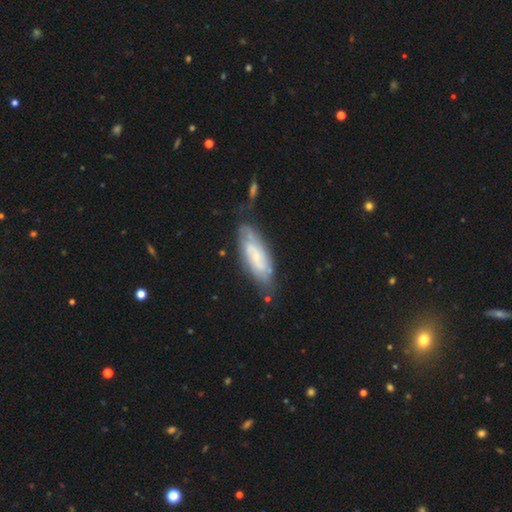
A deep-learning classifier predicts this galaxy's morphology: smooth-or-featured: featured or disk: 53% | smooth: 39% | star or artifact: 7%
  disk-edge-on: no: 80% | yes: 20%
  merging: none: 63% | minor disturbance: 24% | major disturbance: 8% | merger: 5%